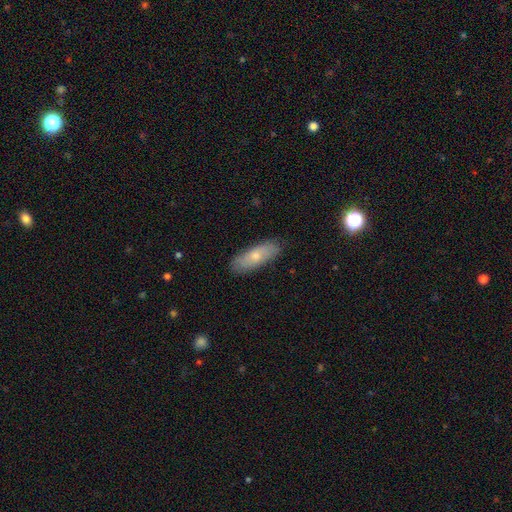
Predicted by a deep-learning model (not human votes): Smooth or featured?
  - smooth: 65% *
  - featured or disk: 29%
  - star or artifact: 6%
How rounded?
  - in between: 56% *
  - cigar-shaped: 41%
  - round: 3%
Merging?
  - none: 84% *
  - minor disturbance: 13%
  - major disturbance: 2%
  - merger: 1%